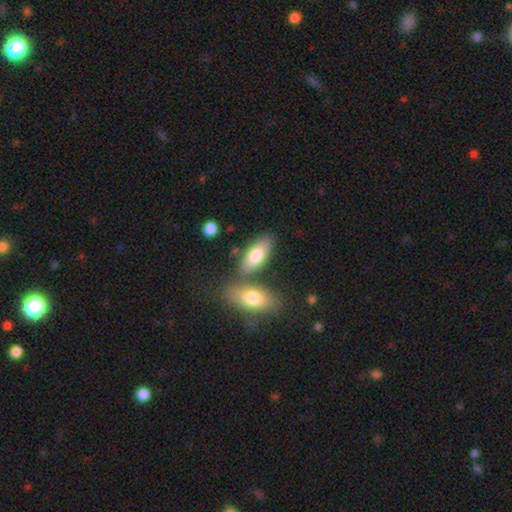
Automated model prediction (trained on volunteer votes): The model was most divided on "merging": none: 62%, merger: 22%, minor disturbance: 12%, major disturbance: 4%. More confident: how rounded — in between (84%); smooth or featured — smooth (77%).